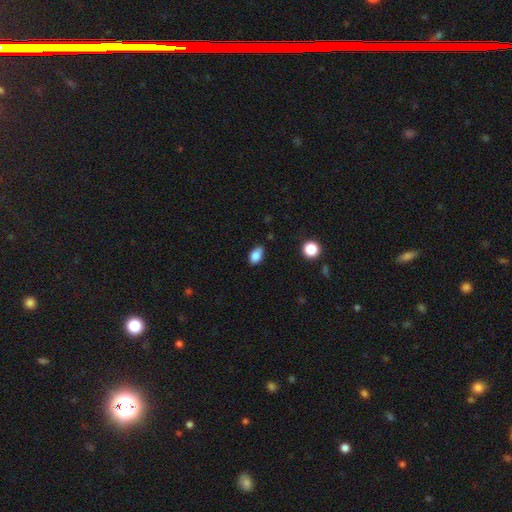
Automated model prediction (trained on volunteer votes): smooth_or_featured: smooth (p=0.84) [alt: star or artifact p=0.09]
how_rounded: in between (p=0.87) [alt: round p=0.11]
merging: none (p=0.75) [alt: minor disturbance p=0.20]